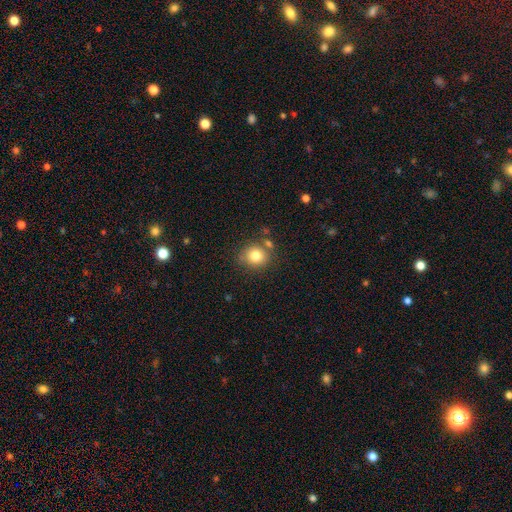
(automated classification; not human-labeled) smooth 80%, star or artifact 11%, featured or disk 9%. Down the decision tree: how rounded — round (82%); merging — none (73%).